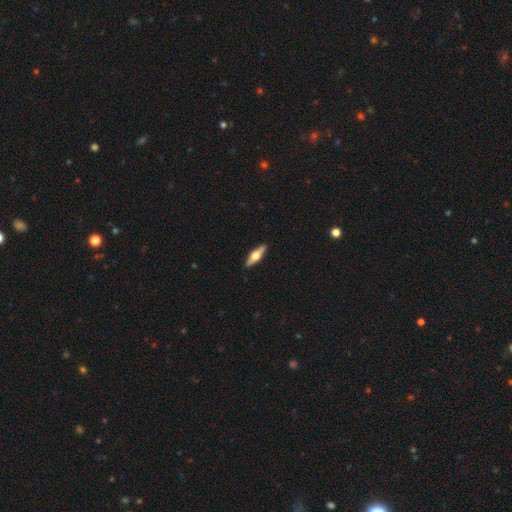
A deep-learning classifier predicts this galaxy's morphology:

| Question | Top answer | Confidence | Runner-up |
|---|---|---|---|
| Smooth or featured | featured or disk | 59% | smooth (36%) |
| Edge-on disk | yes | 94% | no (6%) |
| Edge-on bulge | rounded | 95% | boxy (3%) |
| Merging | none | 91% | minor disturbance (7%) |